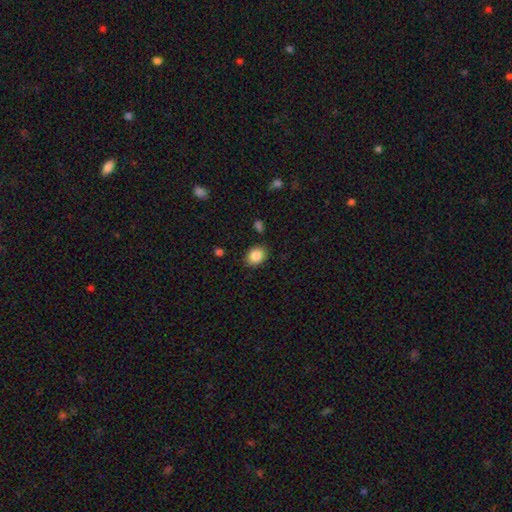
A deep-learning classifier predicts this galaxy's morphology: smooth-or-featured: smooth: 87% | star or artifact: 8% | featured or disk: 5%
  how-rounded: in between: 60% | round: 40% | cigar-shaped: 1%
  merging: none: 83% | minor disturbance: 11% | major disturbance: 3% | merger: 2%